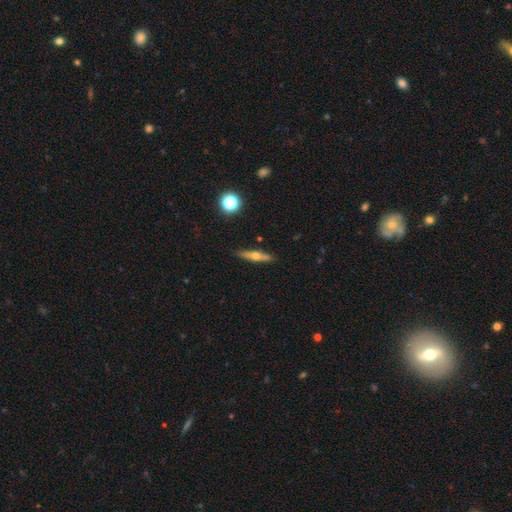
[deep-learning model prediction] Smooth or featured? featured or disk (55%)
Edge-on disk? yes (92%)
Edge-on bulge? rounded (90%)
Merging? none (88%)